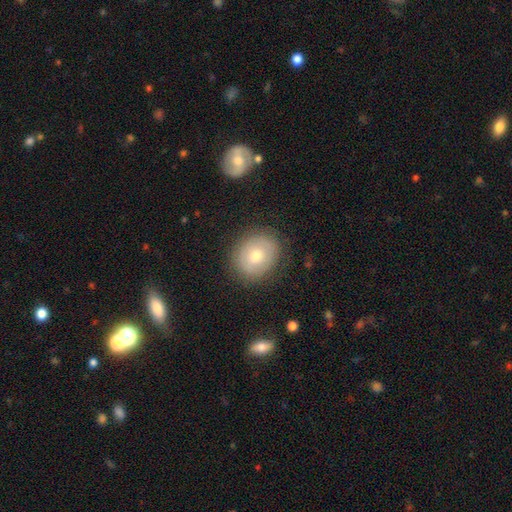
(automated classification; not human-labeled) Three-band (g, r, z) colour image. It shows a smooth galaxy with no disk features (61%) that is round (67%). Merging: none (84%).